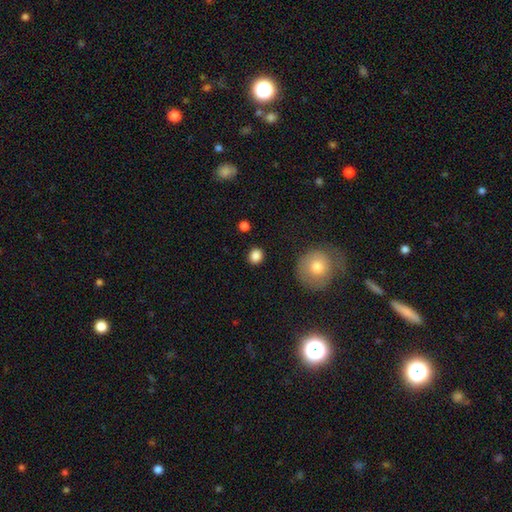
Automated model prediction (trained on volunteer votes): This appears to be a smooth galaxy with no disk features (85%) that is round (84%). Merging: none (89%).